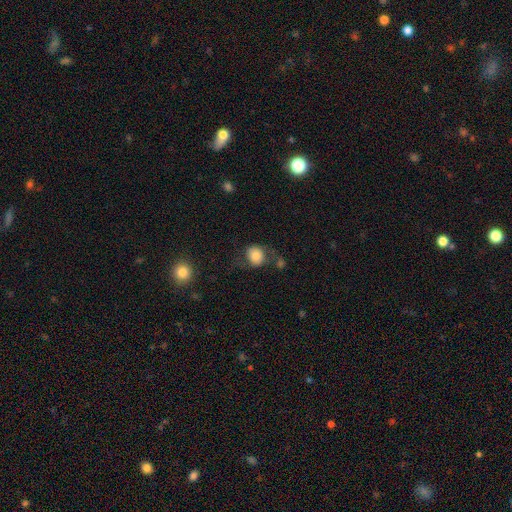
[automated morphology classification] Smooth or featured? Predicted: smooth (p=0.74). How rounded? Predicted: round (p=0.72). Merging? Predicted: none (p=0.54).